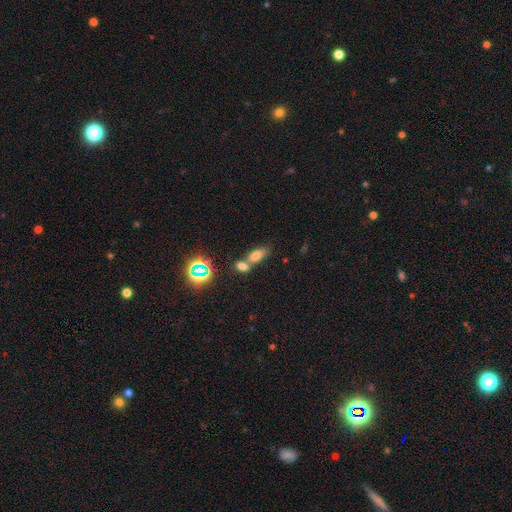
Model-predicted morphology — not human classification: Smooth or featured? smooth (70%)
How rounded? in between (82%)
Merging? merger (50%)